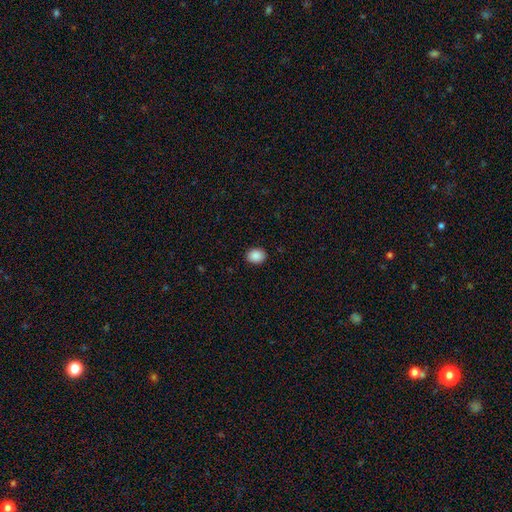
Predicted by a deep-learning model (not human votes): Smooth or featured?
  - smooth: 89% *
  - star or artifact: 8%
  - featured or disk: 3%
How rounded?
  - round: 51% *
  - in between: 48%
  - cigar-shaped: 1%
Merging?
  - none: 90% *
  - minor disturbance: 7%
  - major disturbance: 2%
  - merger: 1%